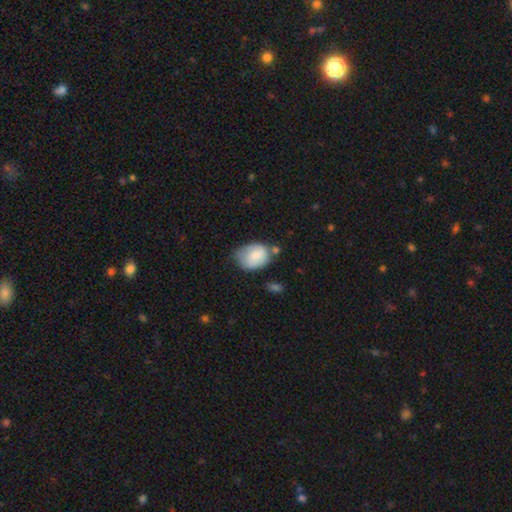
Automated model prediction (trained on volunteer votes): Overall: smooth (75%). How rounded: in between (70%). Merging: none (40%; minor disturbance 38%).